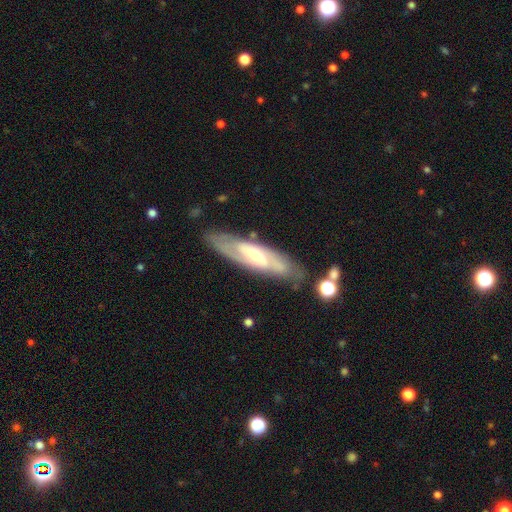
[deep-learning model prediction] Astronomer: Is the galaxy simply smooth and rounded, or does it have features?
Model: featured or disk — 75%.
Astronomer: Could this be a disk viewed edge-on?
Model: no — 74%.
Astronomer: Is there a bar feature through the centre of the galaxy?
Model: weak — 39% (runner-up: no, 38%).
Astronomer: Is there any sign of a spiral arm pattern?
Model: yes — 79%.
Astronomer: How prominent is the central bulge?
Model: moderate — 50% (runner-up: small, 44%).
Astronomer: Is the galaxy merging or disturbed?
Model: none — 80%.